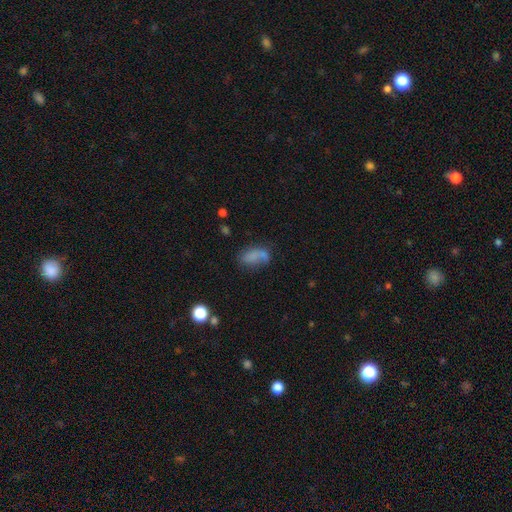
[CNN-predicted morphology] type=smooth (70%); roundness=in between (86%); merging=none (43%).